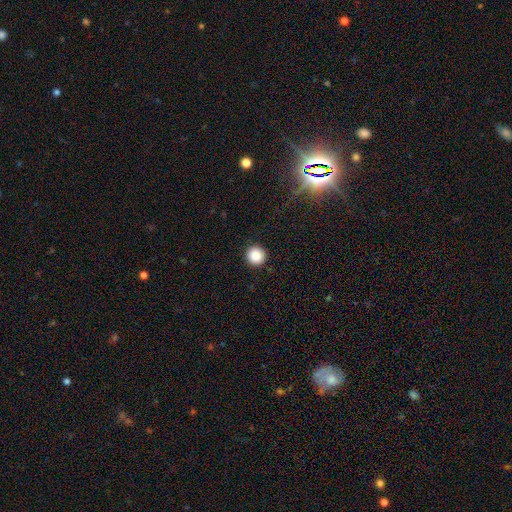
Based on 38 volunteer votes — This is clearly a smooth galaxy (84%). How rounded: clearly round (94%). Merging: clearly none (91%).